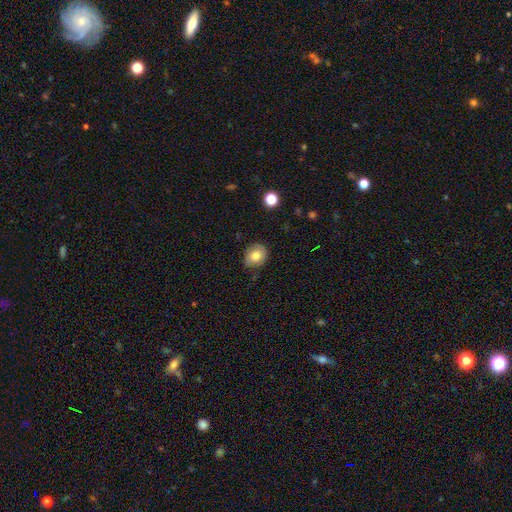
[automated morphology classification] Smooth or featured: smooth — 79% (featured or disk — 12%)
How rounded: round — 60% (in between — 39%)
Merging: none — 81% (minor disturbance — 15%)